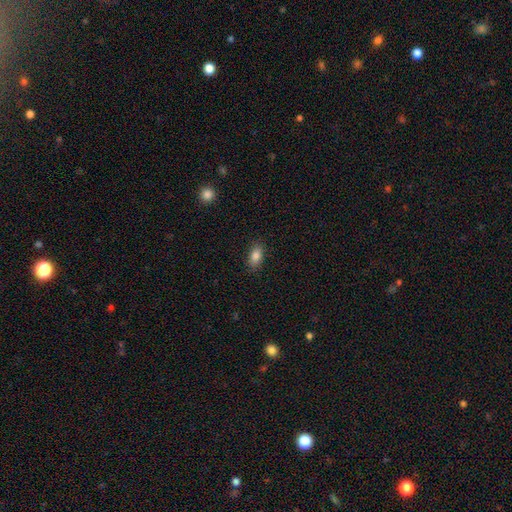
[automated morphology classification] This appears to be a smooth galaxy with no disk features (86%) that is in between round and cigar-shaped (89%). Merging: none (86%).